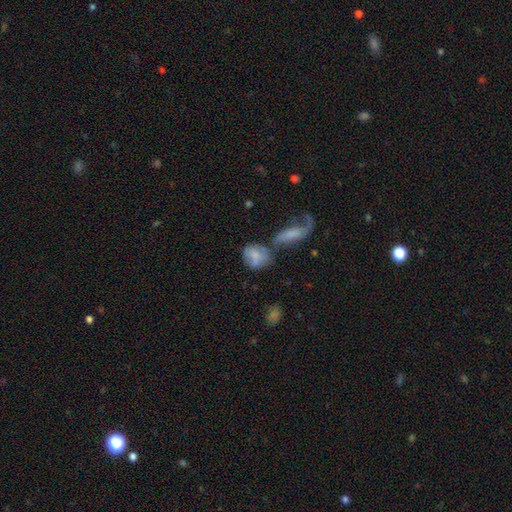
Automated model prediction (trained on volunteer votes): The model was most divided on "merging": merger: 33%, none: 32%, minor disturbance: 19%, major disturbance: 16%. More confident: smooth or featured — smooth (67%); how rounded — in between (56%).